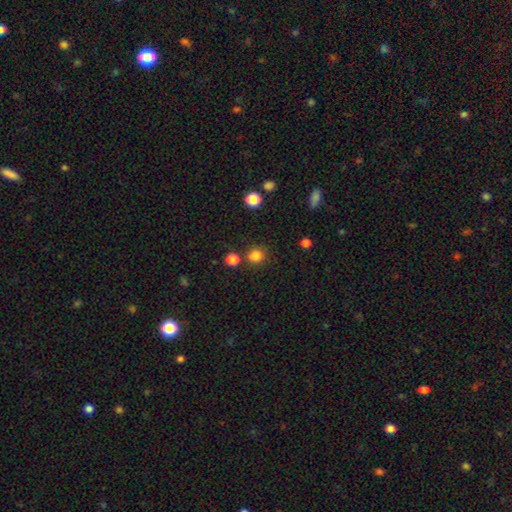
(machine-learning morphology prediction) smooth 82%, star or artifact 14%, featured or disk 4%. Down the decision tree: how rounded — round (84%); merging — none (79%).